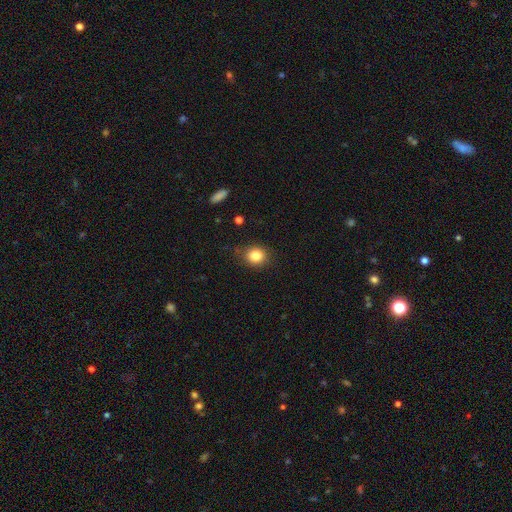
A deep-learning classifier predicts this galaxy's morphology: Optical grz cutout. It shows a smooth galaxy with no disk features (83%) that is round (76%). Merging: none (84%).